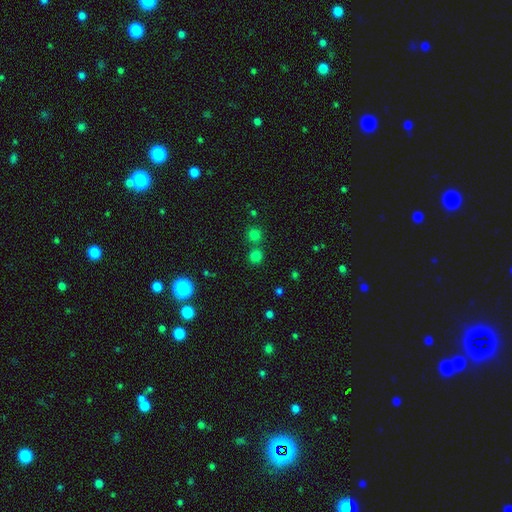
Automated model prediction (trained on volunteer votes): Smooth or featured?
  - smooth: 73% *
  - star or artifact: 22%
  - featured or disk: 5%
How rounded?
  - round: 91% *
  - in between: 8%
  - cigar-shaped: 1%
Merging?
  - none: 71% *
  - merger: 20%
  - minor disturbance: 6%
  - major disturbance: 3%